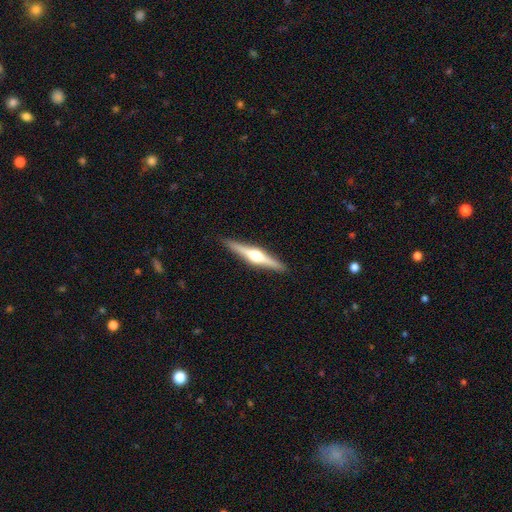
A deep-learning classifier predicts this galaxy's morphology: This is likely a featured or disk galaxy (77%). It is clearly viewed edge-on (98%). Edge-on bulge: clearly rounded (95%). Merging: clearly none (92%).